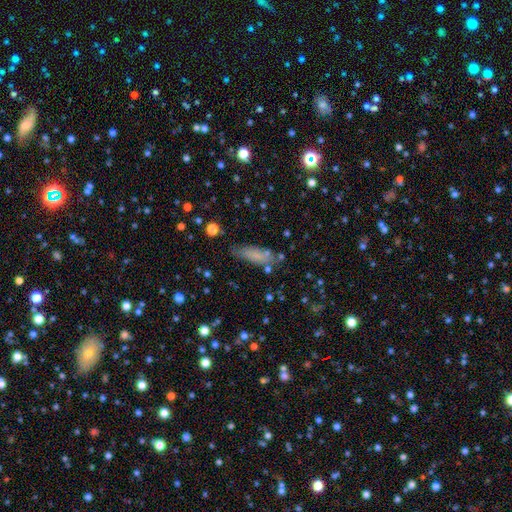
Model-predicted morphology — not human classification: smooth-or-featured: smooth: 75% | featured or disk: 14% | star or artifact: 11%
  how-rounded: in between: 54% | cigar-shaped: 44% | round: 2%
  merging: none: 70% | minor disturbance: 20% | major disturbance: 6% | merger: 5%